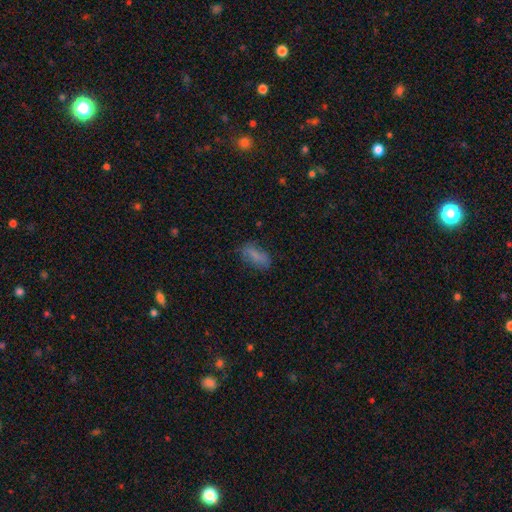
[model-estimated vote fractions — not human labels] smooth_or_featured: smooth (p=0.73) [alt: featured or disk p=0.16]
how_rounded: in between (p=0.83) [alt: cigar-shaped p=0.13]
merging: none (p=0.69) [alt: minor disturbance p=0.21]